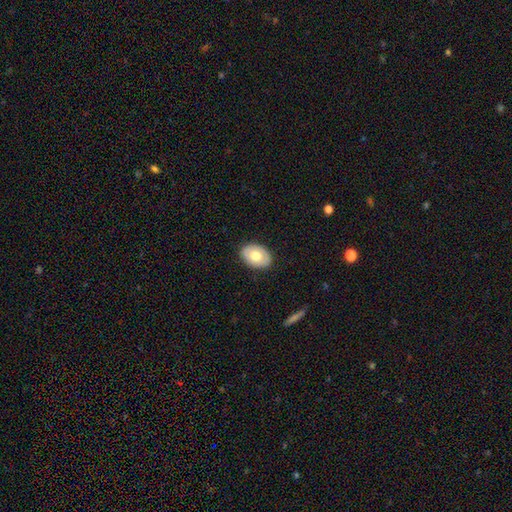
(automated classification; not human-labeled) The model was most divided on "smooth or featured": smooth: 65%, featured or disk: 29%, star or artifact: 6%. More confident: merging — none (87%); how rounded — in between (80%).